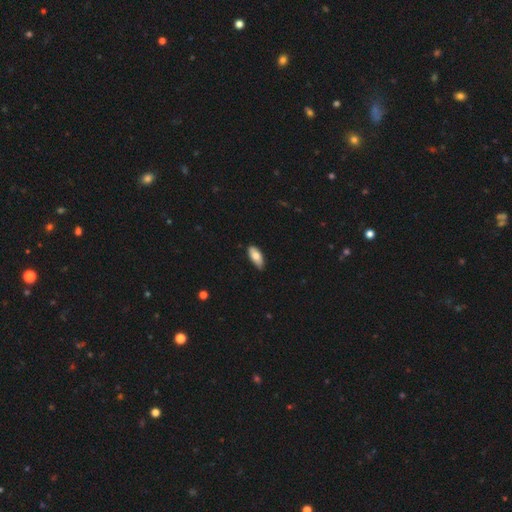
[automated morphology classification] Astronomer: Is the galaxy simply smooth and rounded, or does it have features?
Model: smooth — 75%.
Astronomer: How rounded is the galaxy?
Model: in between — 85%.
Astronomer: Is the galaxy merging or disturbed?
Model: none — 80%.